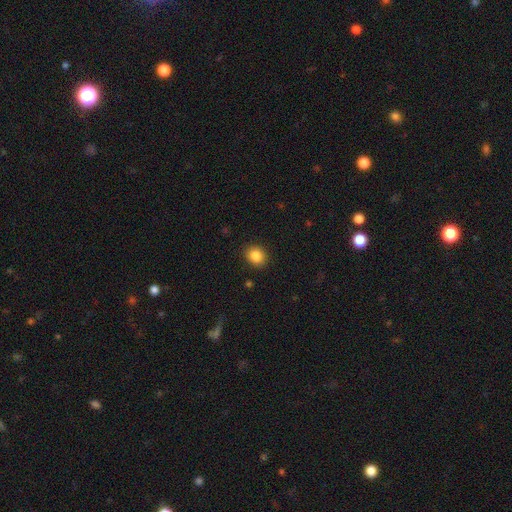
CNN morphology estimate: A smooth galaxy with no disk features (86%) that is round (62%). Merging: none (89%).